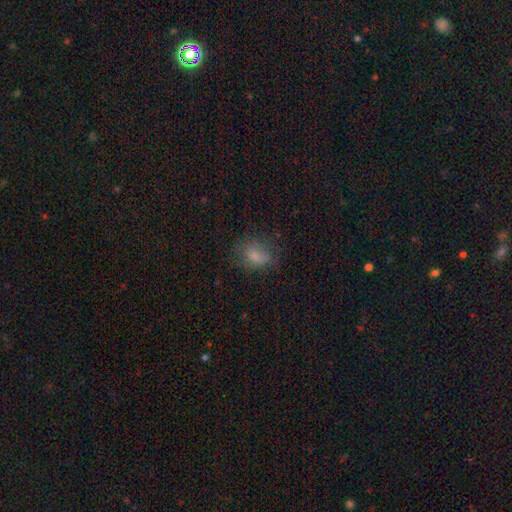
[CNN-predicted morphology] Smooth or featured? Predicted: smooth (p=0.74). How rounded? Predicted: in between (p=0.66). Merging? Predicted: none (p=0.63).